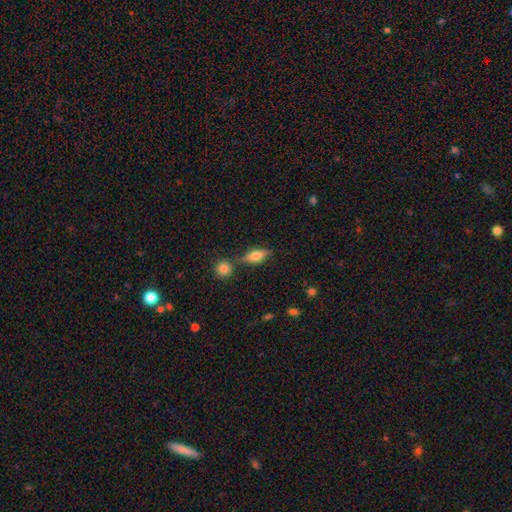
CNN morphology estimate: Q: Smooth or featured?
A: smooth (57%); runner-up: featured or disk (34%)
Q: How rounded?
A: in between (64%); runner-up: cigar-shaped (30%)
Q: Merging?
A: none (73%); runner-up: minor disturbance (12%)